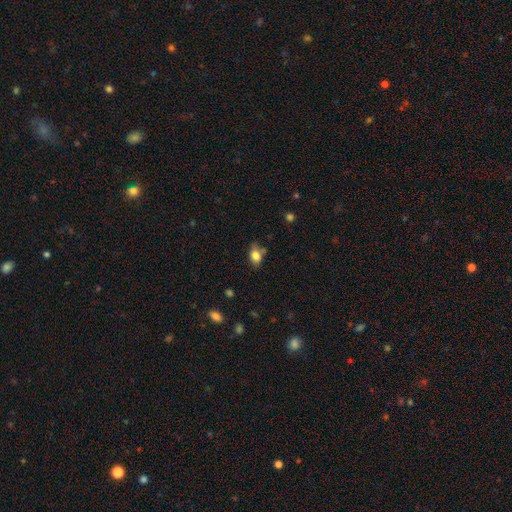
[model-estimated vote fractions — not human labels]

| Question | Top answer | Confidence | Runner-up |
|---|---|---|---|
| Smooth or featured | smooth | 79% | featured or disk (12%) |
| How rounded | in between | 81% | round (16%) |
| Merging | none | 60% | minor disturbance (24%) |